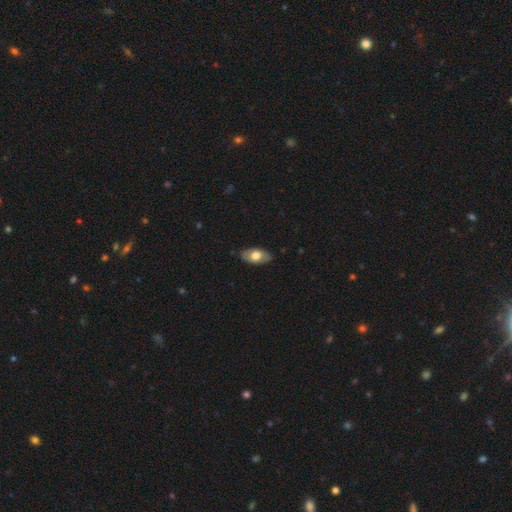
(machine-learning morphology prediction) This is likely a smooth galaxy (66%). How rounded: clearly in between (93%). Merging: clearly none (85%).